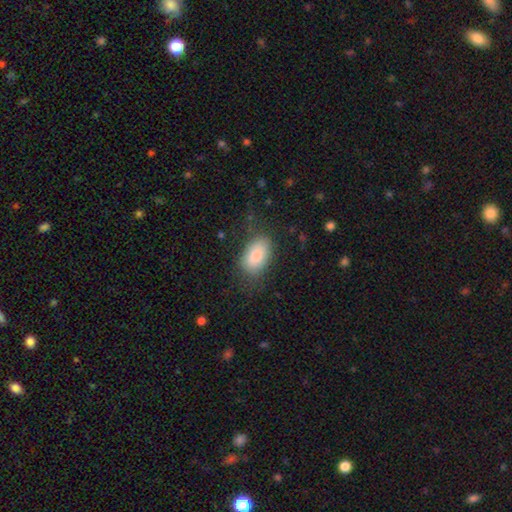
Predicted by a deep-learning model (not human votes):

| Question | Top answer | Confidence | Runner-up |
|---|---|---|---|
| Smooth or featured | smooth | 84% | featured or disk (9%) |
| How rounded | in between | 91% | round (7%) |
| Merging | none | 72% | minor disturbance (19%) |